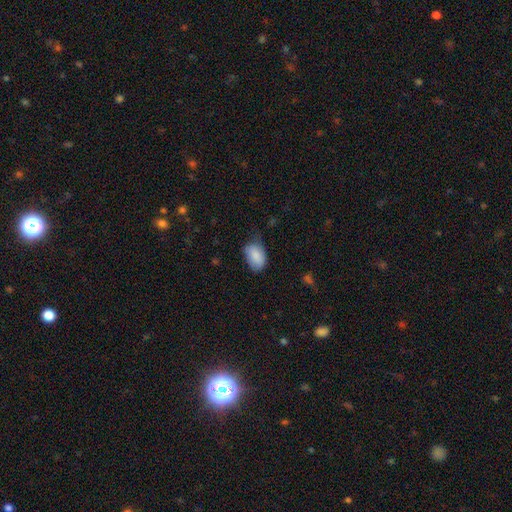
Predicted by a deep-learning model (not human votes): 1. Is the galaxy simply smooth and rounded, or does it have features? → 86% smooth, 7% featured or disk, 7% star or artifact.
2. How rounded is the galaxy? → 89% in between, 10% round, 1% cigar-shaped.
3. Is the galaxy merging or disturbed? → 54% none, 36% minor disturbance, 9% major disturbance, 2% merger.